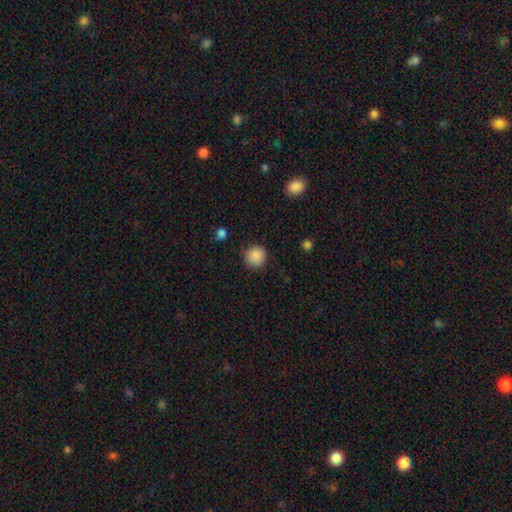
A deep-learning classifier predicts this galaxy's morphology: Overall: smooth (88%). How rounded: round (94%). Merging: none (89%).